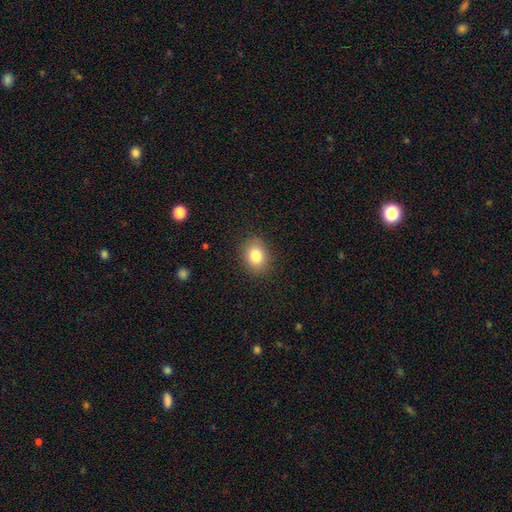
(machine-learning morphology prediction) Smooth or featured?
  - smooth: 82% *
  - star or artifact: 10%
  - featured or disk: 8%
How rounded?
  - in between: 51% *
  - round: 48%
  - cigar-shaped: 1%
Merging?
  - none: 88% *
  - minor disturbance: 8%
  - major disturbance: 3%
  - merger: 1%